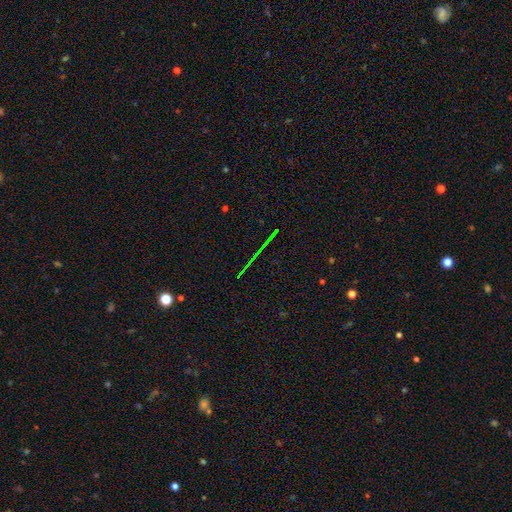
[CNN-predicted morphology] A star or artifact, not a galaxy (75%).